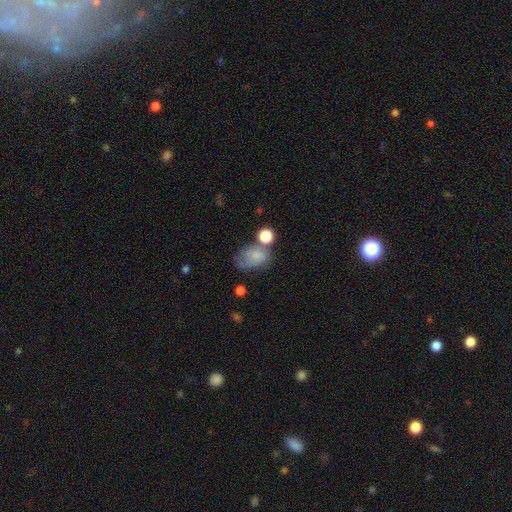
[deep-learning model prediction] This is likely a smooth galaxy (73%). How rounded: likely in between (74%). Merging: marginally none (36%).